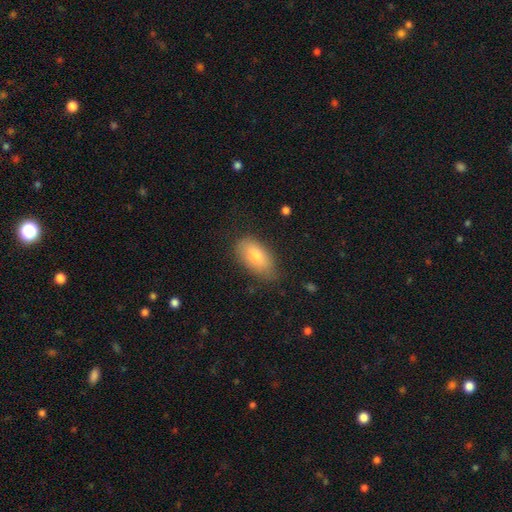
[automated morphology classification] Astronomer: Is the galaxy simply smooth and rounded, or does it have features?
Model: smooth — 79%.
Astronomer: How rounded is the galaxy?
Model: in between — 92%.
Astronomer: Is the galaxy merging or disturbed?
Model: none — 72%.